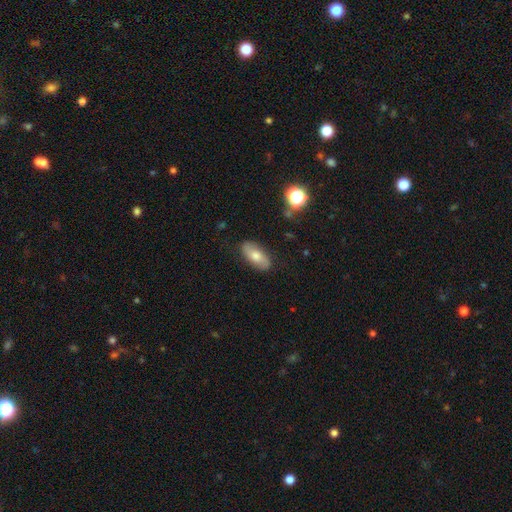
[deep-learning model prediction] smooth_or_featured: smooth (p=0.57) [alt: featured or disk p=0.35]
how_rounded: in between (p=0.86) [alt: cigar-shaped p=0.10]
merging: none (p=0.83) [alt: minor disturbance p=0.12]